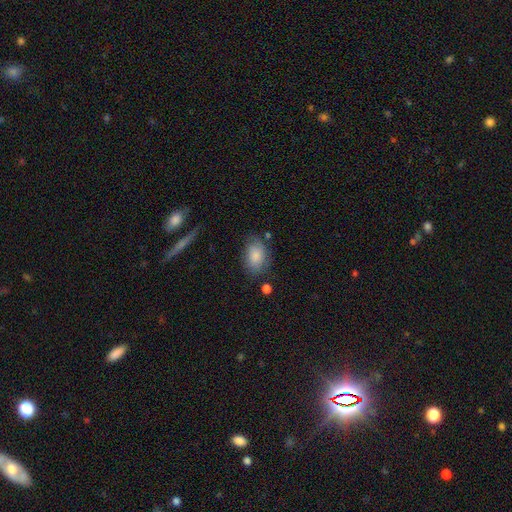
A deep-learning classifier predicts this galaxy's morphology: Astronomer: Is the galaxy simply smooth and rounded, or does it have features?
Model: smooth — 82%.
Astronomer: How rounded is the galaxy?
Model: in between — 85%.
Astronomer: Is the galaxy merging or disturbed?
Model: none — 68%.